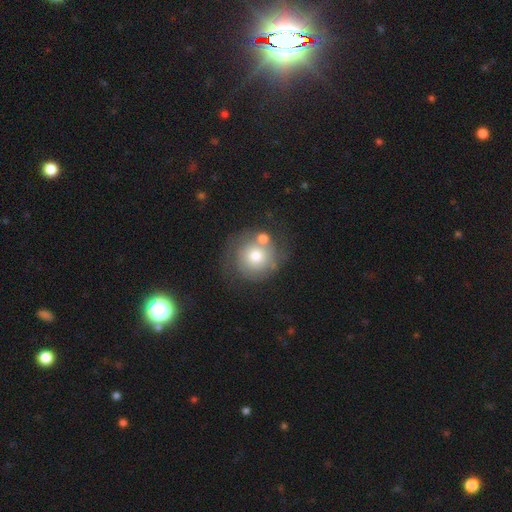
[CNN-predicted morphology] Smooth or featured: smooth — 52% (featured or disk — 39%)
How rounded: round — 91% (in between — 8%)
Merging: none — 57% (minor disturbance — 17%)